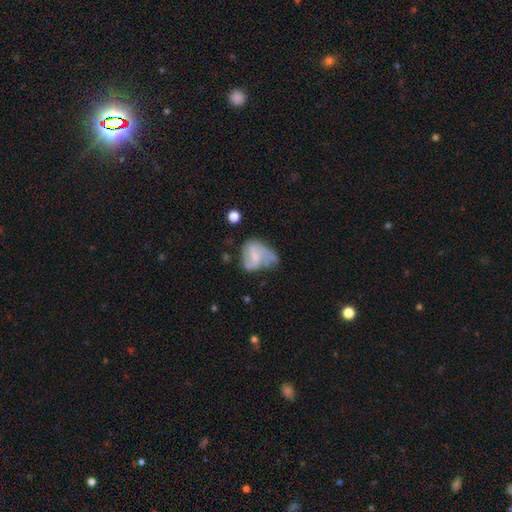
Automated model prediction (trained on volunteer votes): Smooth or featured: featured or disk — 63% (smooth — 29%)
Edge-on disk: no — 98% (yes — 2%)
Bar: weak — 45% (no — 36%)
Spiral arms: yes — 71% (no — 29%)
Bulge size: none — 43% (small — 33%)
Merging: major disturbance — 34% (none — 31%)